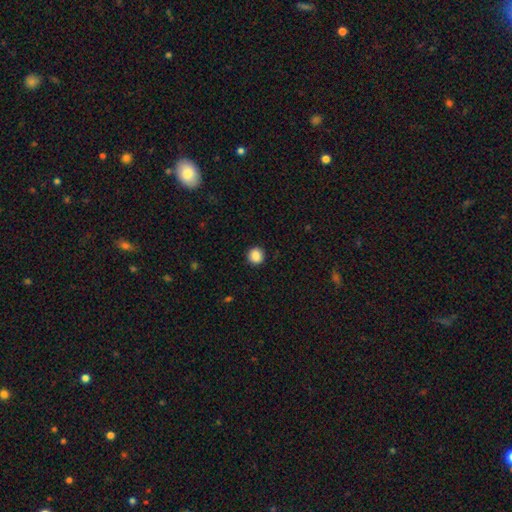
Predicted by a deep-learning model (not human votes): The model was most divided on "smooth or featured": smooth: 88%, star or artifact: 9%, featured or disk: 3%. More confident: merging — none (91%); how rounded — round (90%).